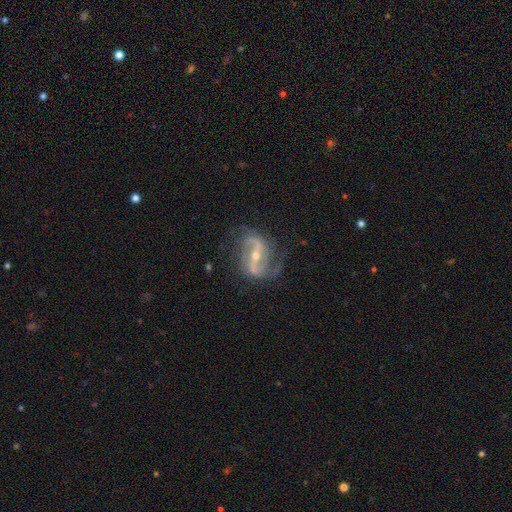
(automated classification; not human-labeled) Smooth or featured? Predicted: featured or disk (p=0.90). Edge-on disk? Predicted: no (p=0.96). Bar? Predicted: strong (p=0.55). Spiral arms? Predicted: yes (p=0.97). Spiral winding? Predicted: medium (p=0.44). Spiral arm count? Predicted: 2 (p=0.88). Bulge size? Predicted: small (p=0.52). Merging? Predicted: none (p=0.71).